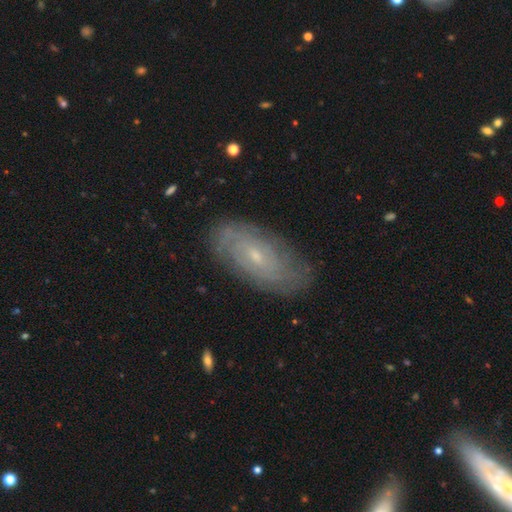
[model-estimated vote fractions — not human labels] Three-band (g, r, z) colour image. It shows a featured or disk galaxy (67%) with no bar (63%), tight (69%) spiral arms (83%) and a small central bulge (77%). Merging: none (82%).